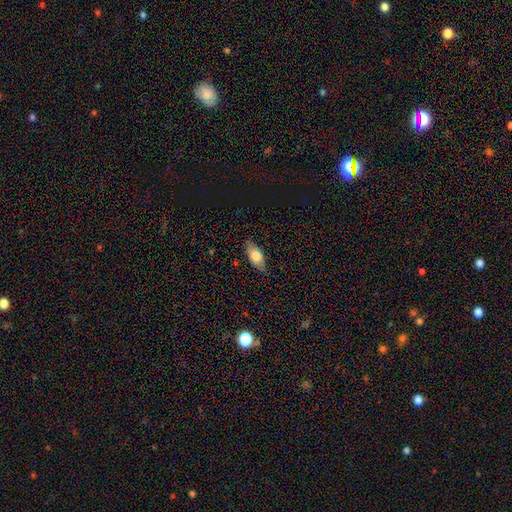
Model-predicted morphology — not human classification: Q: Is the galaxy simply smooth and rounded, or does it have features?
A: smooth — 72%.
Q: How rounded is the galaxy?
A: in between — 84%.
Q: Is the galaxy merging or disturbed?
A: none — 79%.